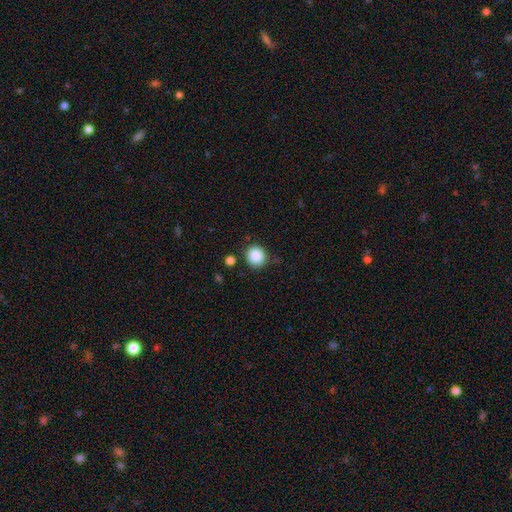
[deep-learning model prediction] Smooth or featured?
  - smooth: 86% *
  - star or artifact: 9%
  - featured or disk: 5%
How rounded?
  - round: 89% *
  - in between: 10%
  - cigar-shaped: 1%
Merging?
  - none: 86% *
  - minor disturbance: 9%
  - merger: 3%
  - major disturbance: 3%